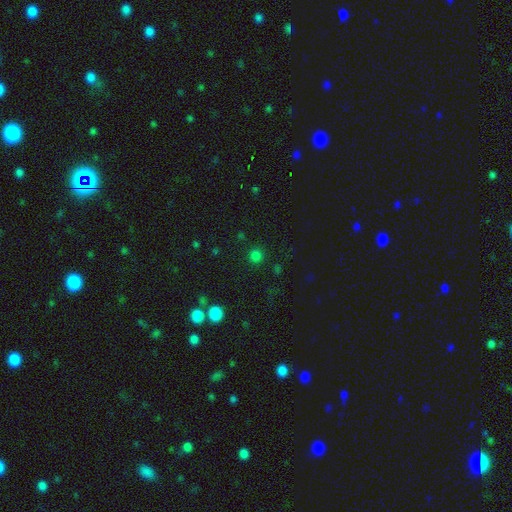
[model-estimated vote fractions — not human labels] Overall: smooth (77%). How rounded: round (92%). Merging: none (89%).